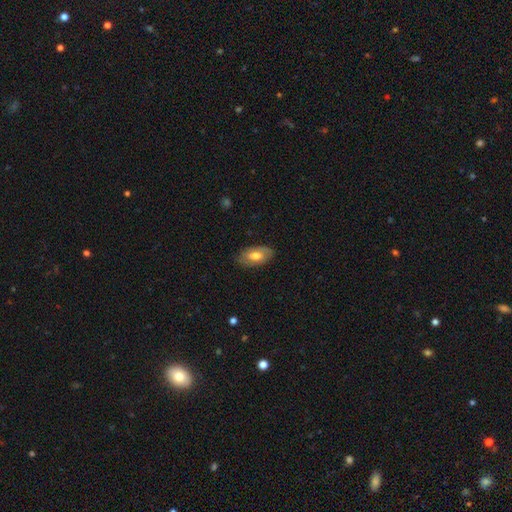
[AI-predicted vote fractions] smooth-or-featured: smooth: 57% | featured or disk: 37% | star or artifact: 6%
  how-rounded: in between: 93% | round: 5% | cigar-shaped: 3%
  merging: none: 81% | minor disturbance: 14% | major disturbance: 3% | merger: 1%